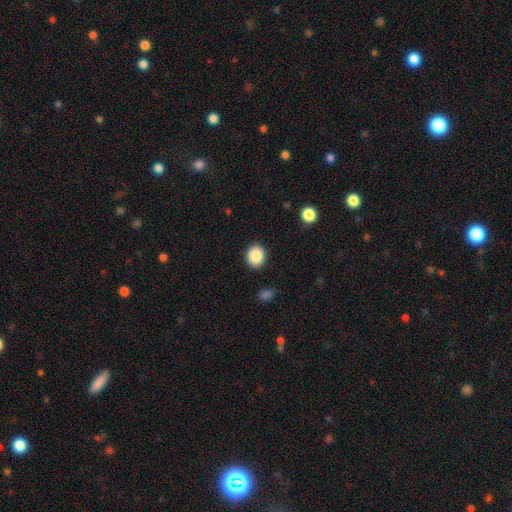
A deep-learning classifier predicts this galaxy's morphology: The model was most divided on "how rounded": round: 70%, in between: 29%, cigar-shaped: 1%. More confident: merging — none (89%); smooth or featured — smooth (87%).